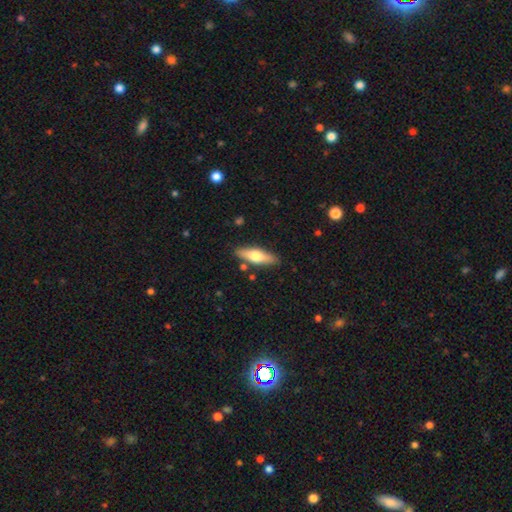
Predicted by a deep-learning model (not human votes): Q: Smooth or featured?
A: smooth (55%); runner-up: featured or disk (39%)
Q: How rounded?
A: in between (50%); runner-up: cigar-shaped (47%)
Q: Merging?
A: none (85%); runner-up: minor disturbance (10%)